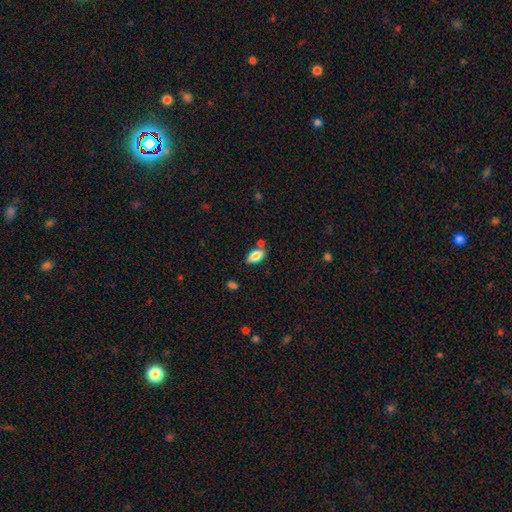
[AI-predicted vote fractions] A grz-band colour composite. It shows a smooth galaxy with no disk features (77%) that is in between round and cigar-shaped (88%). Merging: none (74%).